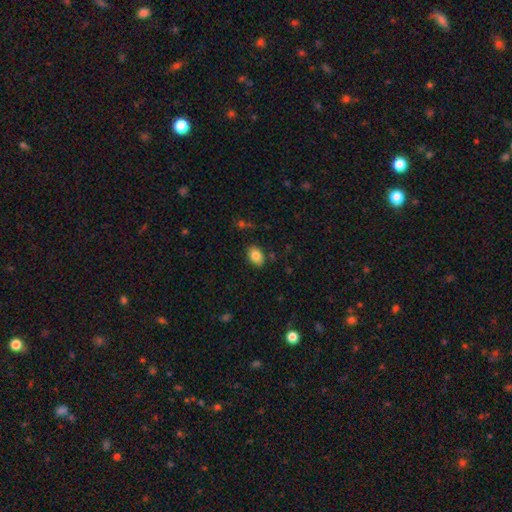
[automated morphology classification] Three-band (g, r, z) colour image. It shows a smooth galaxy with no disk features (84%) that is in between round and cigar-shaped (81%). Merging: none (84%).